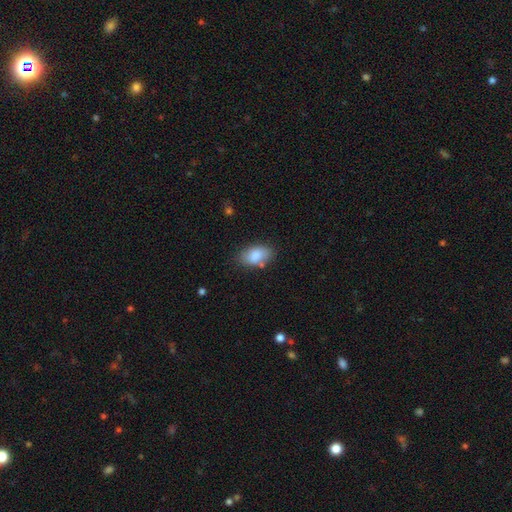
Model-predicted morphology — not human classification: This appears to be a smooth galaxy with no disk features (84%) that is in between round and cigar-shaped (92%). Merging: none (71%).